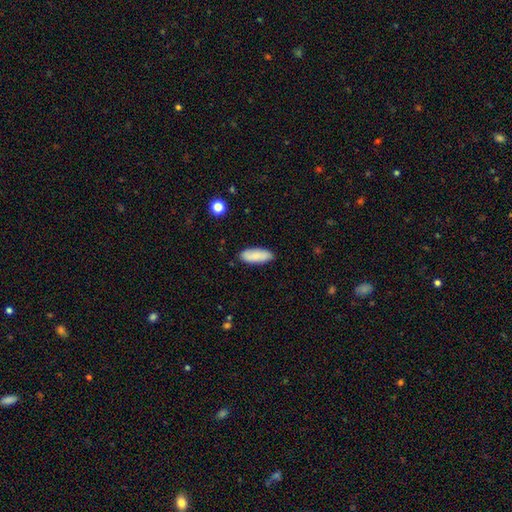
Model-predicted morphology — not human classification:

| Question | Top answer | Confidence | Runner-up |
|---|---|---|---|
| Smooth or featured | smooth | 83% | featured or disk (11%) |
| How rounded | in between | 76% | cigar-shaped (22%) |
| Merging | none | 87% | minor disturbance (10%) |